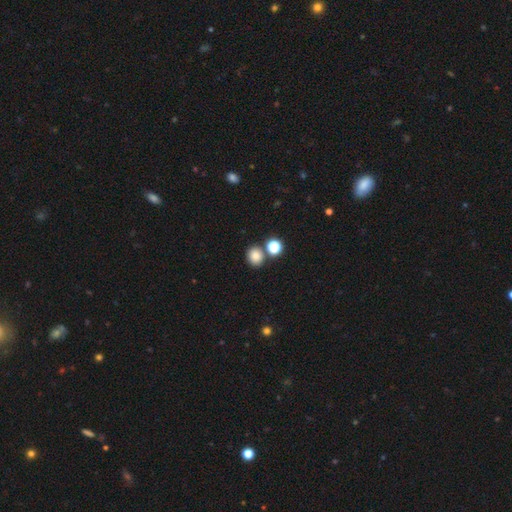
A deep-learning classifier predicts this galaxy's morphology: Overall: smooth (81%). How rounded: round (75%). Merging: none (75%).